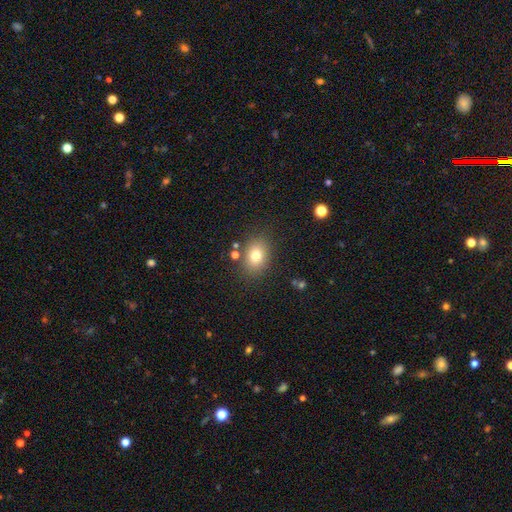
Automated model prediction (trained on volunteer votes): Morphology: type=smooth (78%); roundness=in between (64%); merging=none (81%).